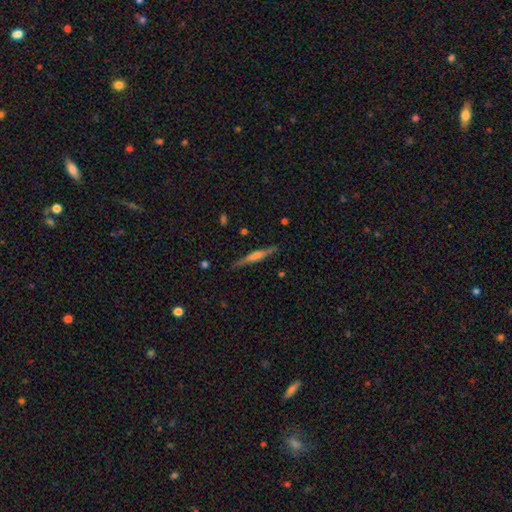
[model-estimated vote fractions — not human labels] Morphology: type=featured or disk (61%); edge-on=yes (97%); edge-on bulge=rounded (67%); merging=none (86%).